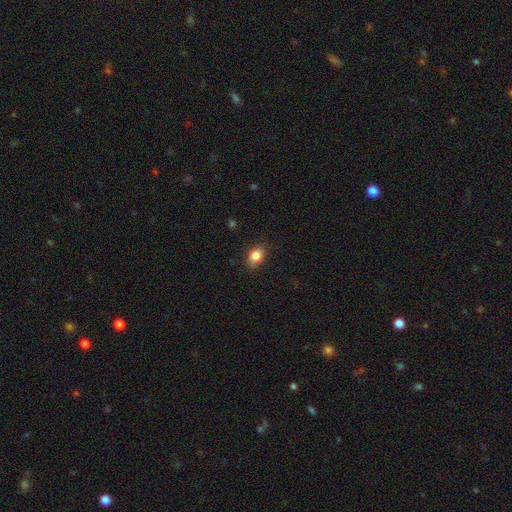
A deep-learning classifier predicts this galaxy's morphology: This is clearly a smooth galaxy (85%). How rounded: likely in between (73%). Merging: clearly none (83%).